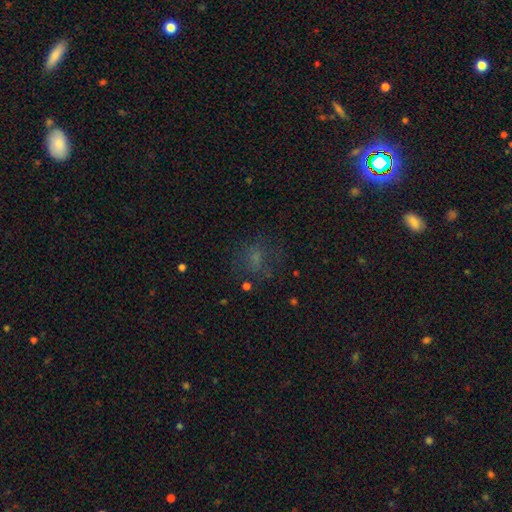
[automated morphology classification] Smooth or featured: smooth — 41% (star or artifact — 38%)
Merging: none — 67% (minor disturbance — 16%)